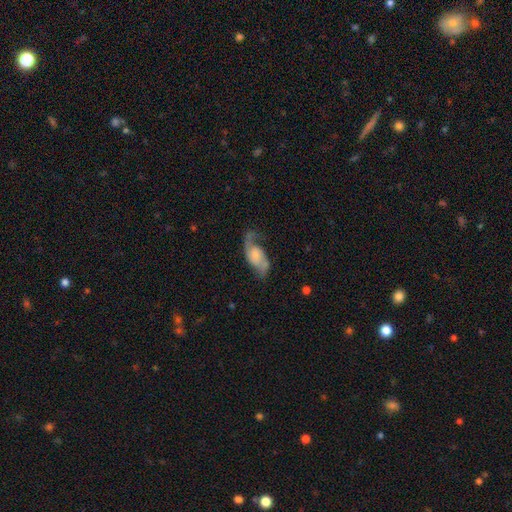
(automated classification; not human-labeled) Morphology: type=featured or disk (79%); edge-on=no (95%); bar=no (60%); spiral arms=yes (95%); winding=loose (49%); arm count=2 (83%); bulge=small (35%); merging=none (60%).